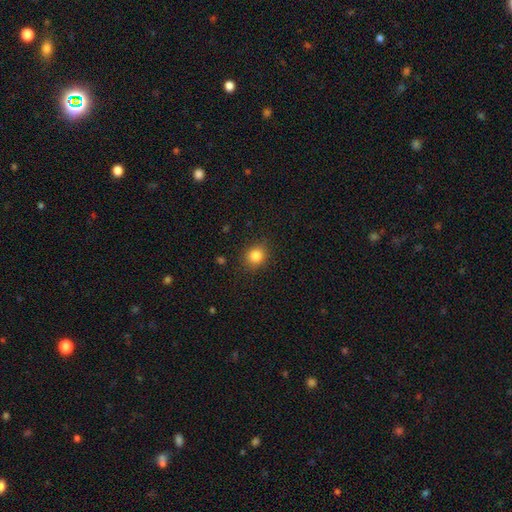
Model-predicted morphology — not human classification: type=smooth (84%); roundness=round (73%); merging=none (85%).